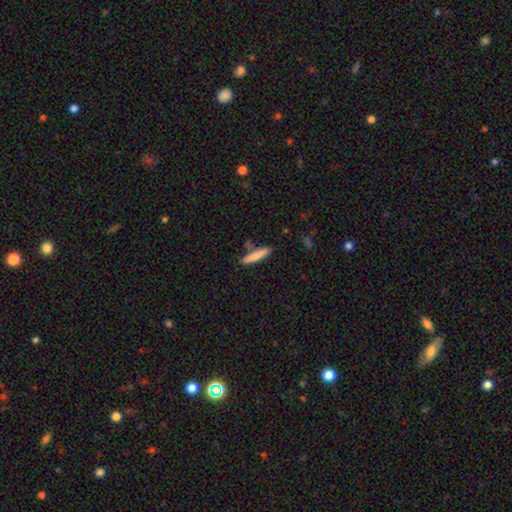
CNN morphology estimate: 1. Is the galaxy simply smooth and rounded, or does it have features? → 78% smooth, 16% featured or disk, 6% star or artifact.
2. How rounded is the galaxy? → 90% cigar-shaped, 9% in between, 1% round.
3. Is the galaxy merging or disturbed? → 77% none, 12% minor disturbance, 7% merger, 3% major disturbance.